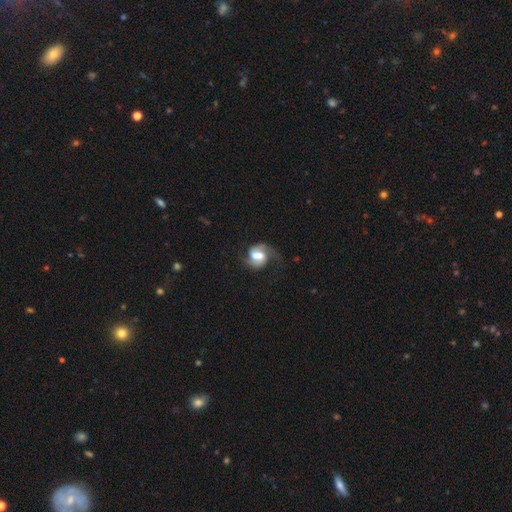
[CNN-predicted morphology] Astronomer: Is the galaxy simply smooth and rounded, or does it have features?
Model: featured or disk — 70%.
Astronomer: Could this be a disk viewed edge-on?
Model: no — 97%.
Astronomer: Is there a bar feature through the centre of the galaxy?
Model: weak — 46% (runner-up: no, 28%).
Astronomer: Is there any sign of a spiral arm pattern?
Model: yes — 91%.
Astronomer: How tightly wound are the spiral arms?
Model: medium — 44% (runner-up: loose, 39%).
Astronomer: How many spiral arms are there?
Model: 2 — 77%.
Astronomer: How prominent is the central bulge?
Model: moderate — 43% (runner-up: large, 34%).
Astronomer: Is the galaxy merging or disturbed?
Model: none — 51%.